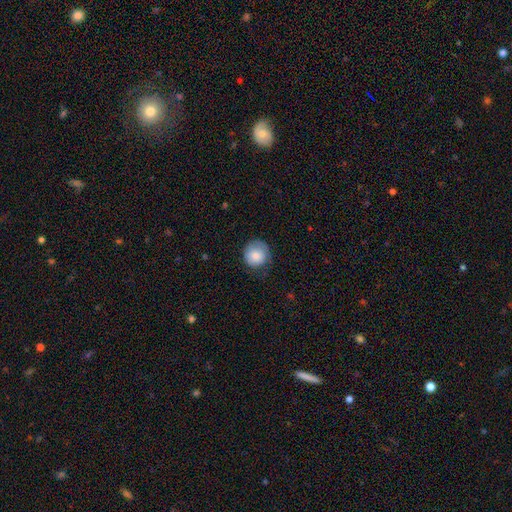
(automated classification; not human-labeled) A smooth galaxy with no disk features (79%) that is round (91%). Merging: none (69%).